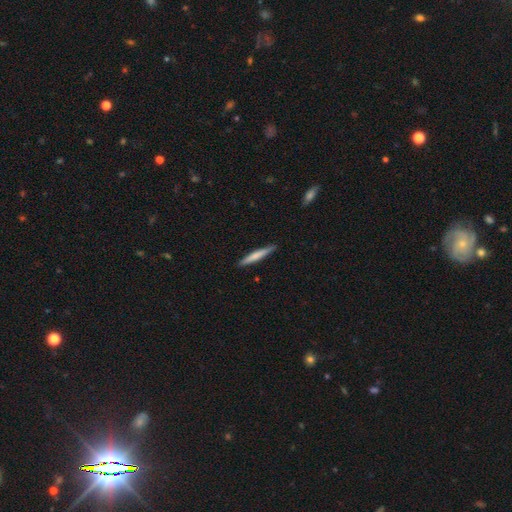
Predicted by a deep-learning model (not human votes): Smooth or featured? smooth (67%)
How rounded? cigar-shaped (95%)
Merging? none (89%)